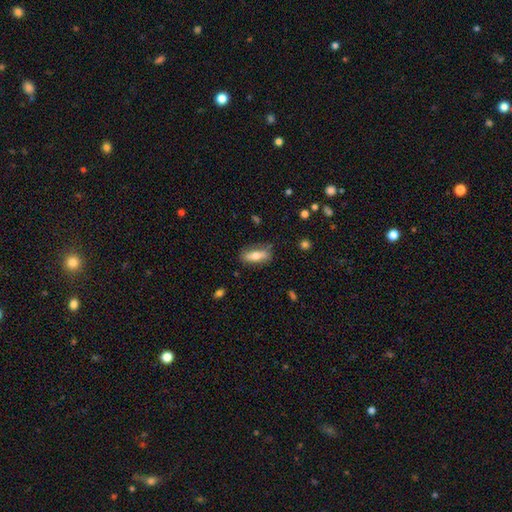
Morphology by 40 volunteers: A smooth galaxy with no disk features (68%) that is in between round and cigar-shaped (89%). Merging: none (69%).